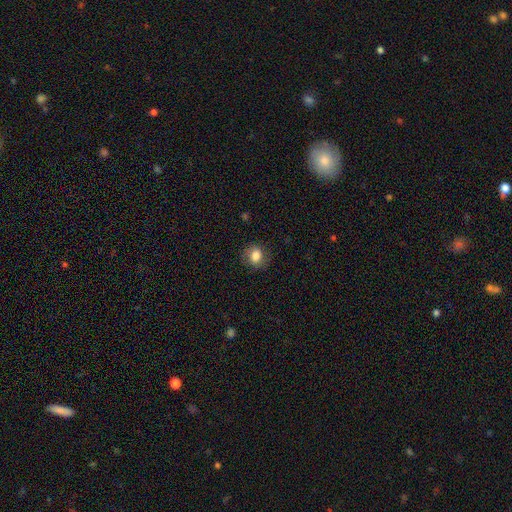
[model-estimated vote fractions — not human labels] A smooth galaxy with no disk features (79%) that is round (60%). Merging: none (79%).